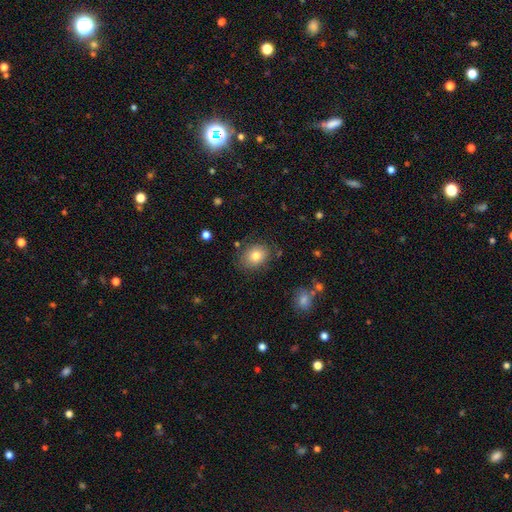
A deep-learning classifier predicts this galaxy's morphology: Smooth or featured? Predicted: smooth (p=0.81). How rounded? Predicted: in between (p=0.56). Merging? Predicted: none (p=0.80).